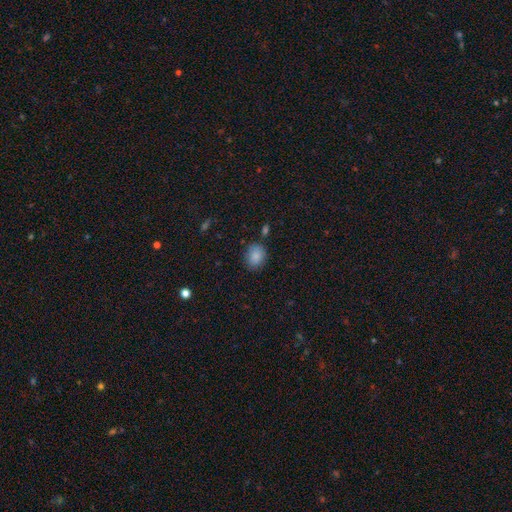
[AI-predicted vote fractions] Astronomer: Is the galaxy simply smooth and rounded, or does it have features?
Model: smooth — 87%.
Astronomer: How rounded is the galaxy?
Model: round — 54% (runner-up: in between, 45%).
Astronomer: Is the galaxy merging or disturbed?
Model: none — 78%.